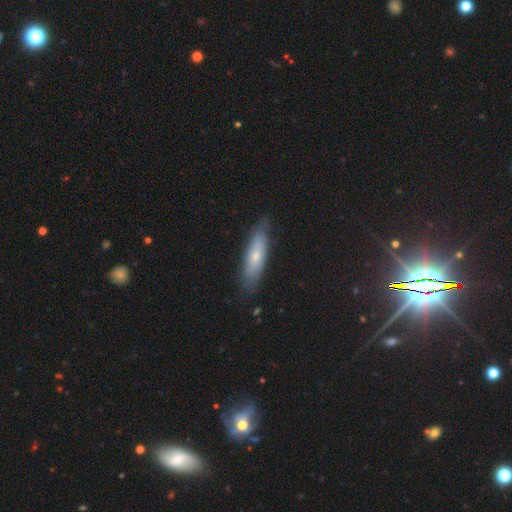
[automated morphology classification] Smooth or featured? Predicted: smooth (p=0.58). How rounded? Predicted: cigar-shaped (p=0.55). Merging? Predicted: none (p=0.78).